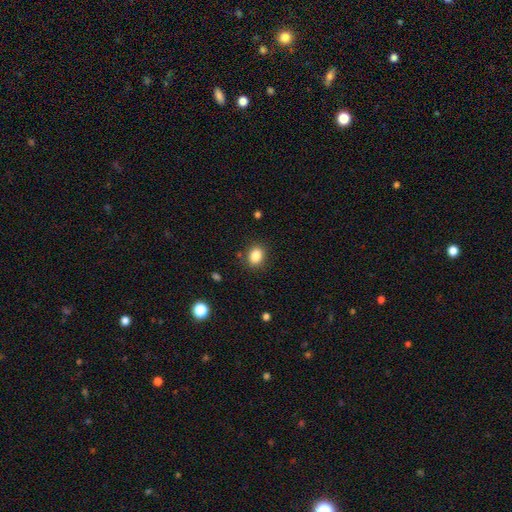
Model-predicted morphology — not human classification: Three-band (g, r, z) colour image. It shows a smooth galaxy with no disk features (85%) that is in between round and cigar-shaped (59%). Merging: none (85%).